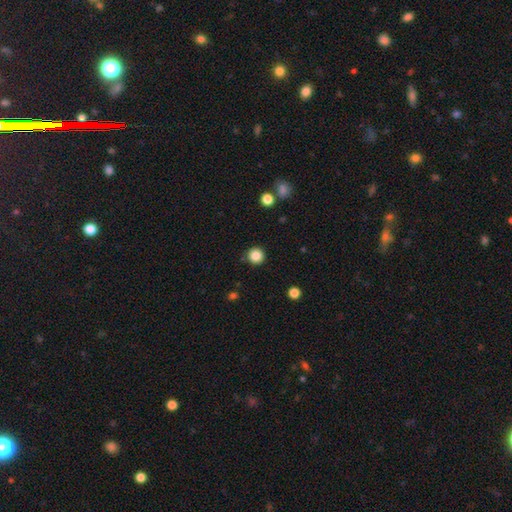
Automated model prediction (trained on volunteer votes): Overall: smooth (86%). How rounded: round (95%). Merging: none (90%).